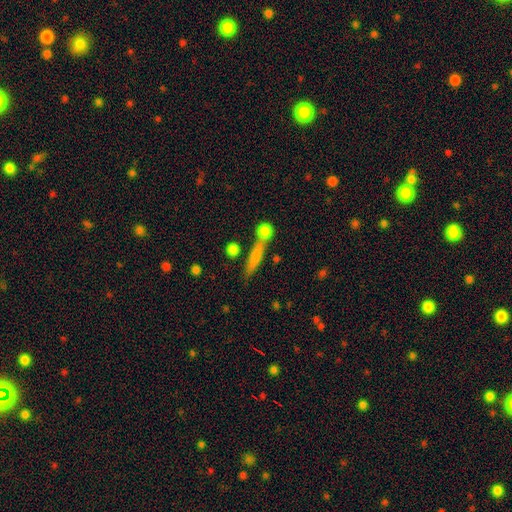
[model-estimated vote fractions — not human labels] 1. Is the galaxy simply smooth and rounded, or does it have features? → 68% smooth, 24% featured or disk, 8% star or artifact.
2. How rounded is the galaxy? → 80% cigar-shaped, 14% in between, 6% round.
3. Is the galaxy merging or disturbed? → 65% none, 20% merger, 12% minor disturbance, 4% major disturbance.